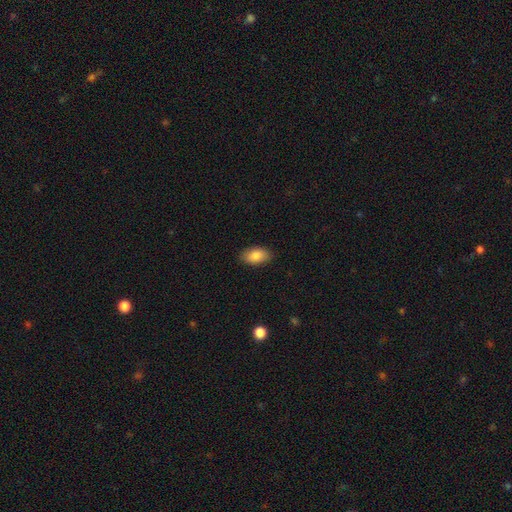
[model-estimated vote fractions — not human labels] smooth 86%, featured or disk 7%, star or artifact 7%. Down the decision tree: how rounded — in between (93%); merging — none (87%).